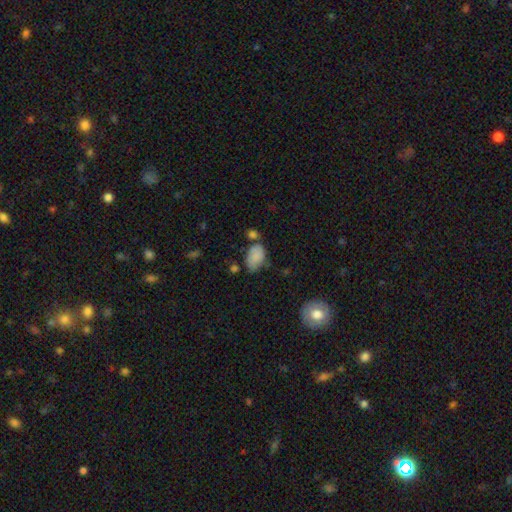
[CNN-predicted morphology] Smooth or featured? Predicted: smooth (p=0.80). How rounded? Predicted: in between (p=0.89). Merging? Predicted: none (p=0.43).